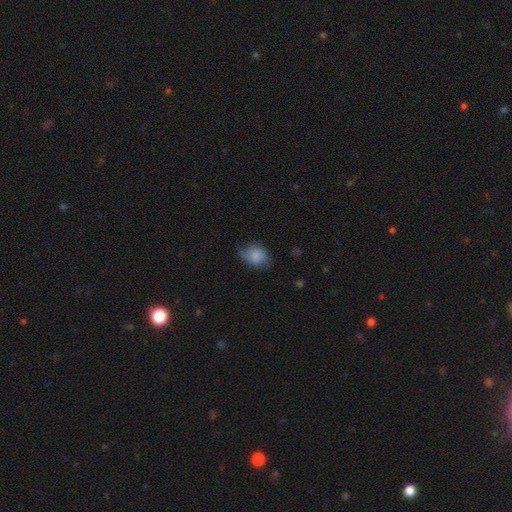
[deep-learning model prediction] A smooth galaxy with no disk features (79%) that is in between round and cigar-shaped (56%). Merging: none (53%).